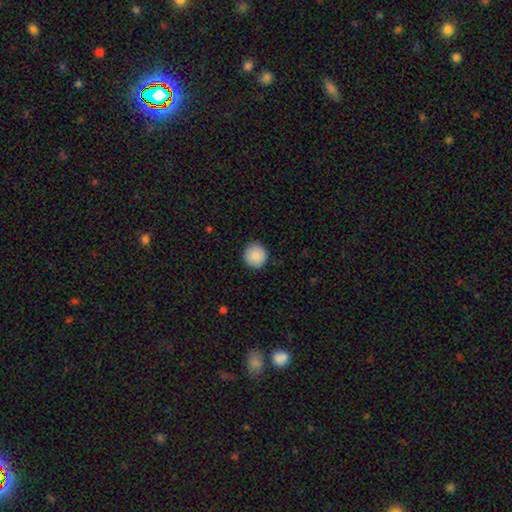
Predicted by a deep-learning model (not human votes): The model was most divided on "smooth or featured": smooth: 89%, star or artifact: 8%, featured or disk: 4%. More confident: how rounded — round (95%); merging — none (91%).